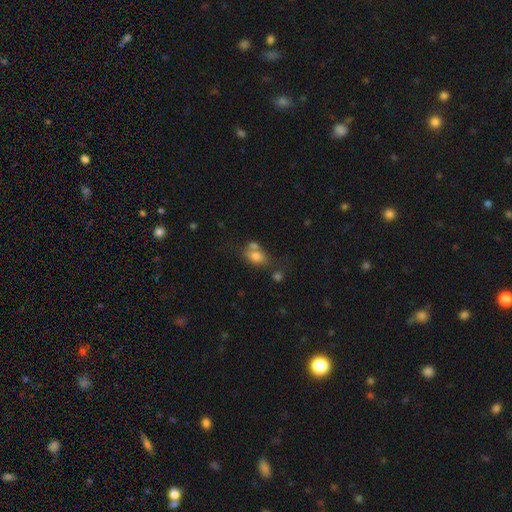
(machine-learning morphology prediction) This appears to be a smooth galaxy with no disk features (75%) that is in between round and cigar-shaped (72%). Merging: none (40%).